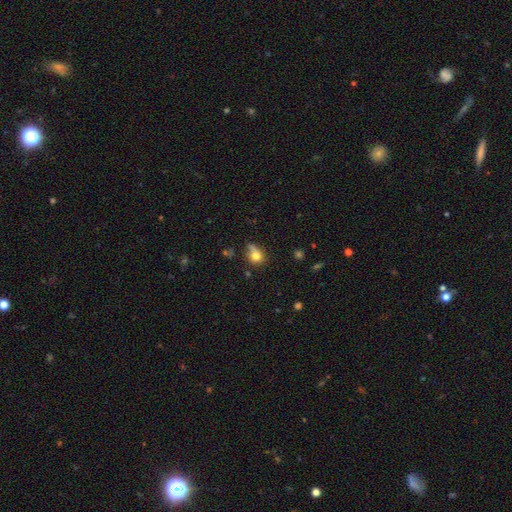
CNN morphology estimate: A smooth galaxy with no disk features (76%) that is round (61%). Merging: none (46%).